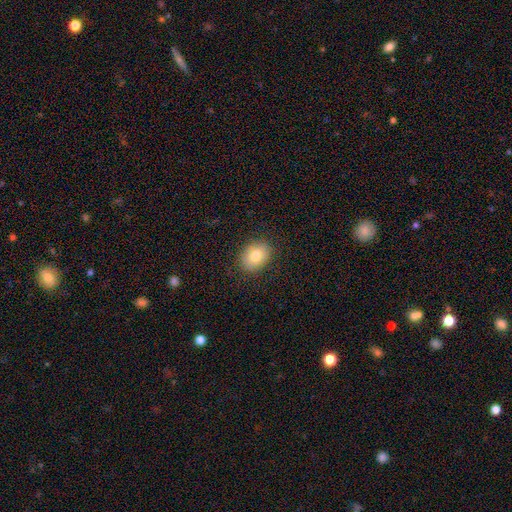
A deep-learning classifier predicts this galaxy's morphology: smooth 80%, featured or disk 11%, star or artifact 9%. Down the decision tree: how rounded — in between (62%); merging — none (87%).